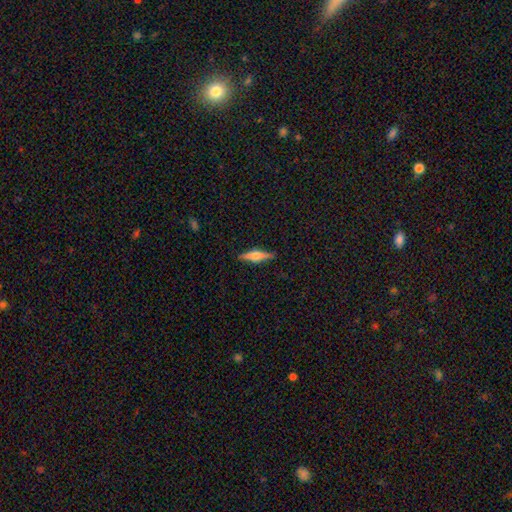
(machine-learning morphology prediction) smooth_or_featured: featured or disk (p=0.53) [alt: smooth p=0.41]
disk_edge_on: yes (p=0.96) [alt: no p=0.04]
edge_on_bulge: rounded (p=0.82) [alt: boxy p=0.13]
merging: none (p=0.88) [alt: minor disturbance p=0.08]